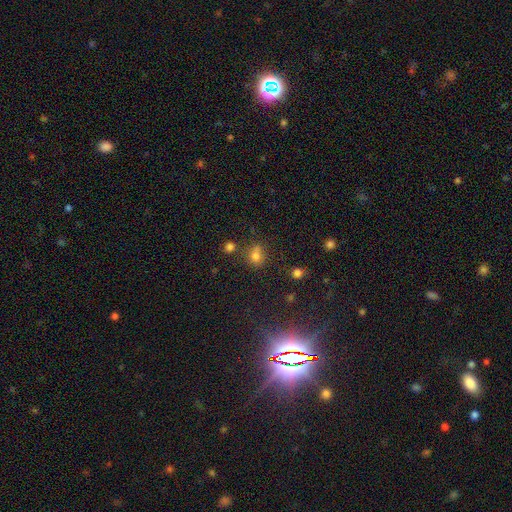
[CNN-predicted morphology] Q: Smooth or featured?
A: smooth (71%); runner-up: star or artifact (20%)
Q: How rounded?
A: round (66%); runner-up: in between (33%)
Q: Merging?
A: none (52%); runner-up: merger (22%)